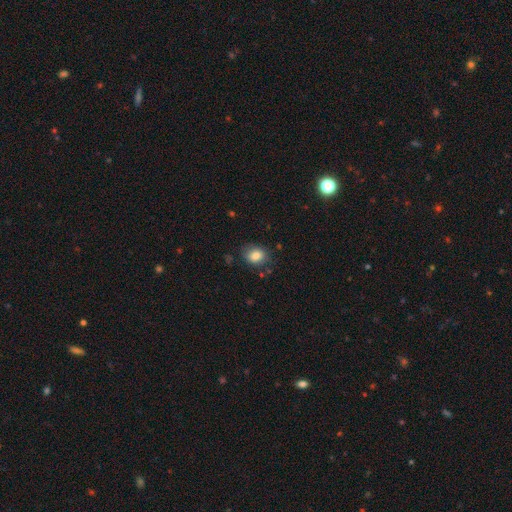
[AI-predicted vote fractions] Morphology: type=smooth (82%); roundness=in between (53%); merging=none (76%).